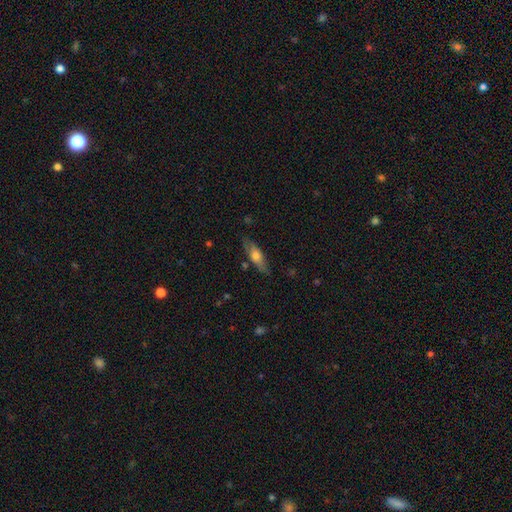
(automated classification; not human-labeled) smooth_or_featured: smooth (p=0.56) [alt: featured or disk p=0.38]
how_rounded: cigar-shaped (p=0.51) [alt: in between p=0.46]
merging: none (p=0.79) [alt: minor disturbance p=0.15]